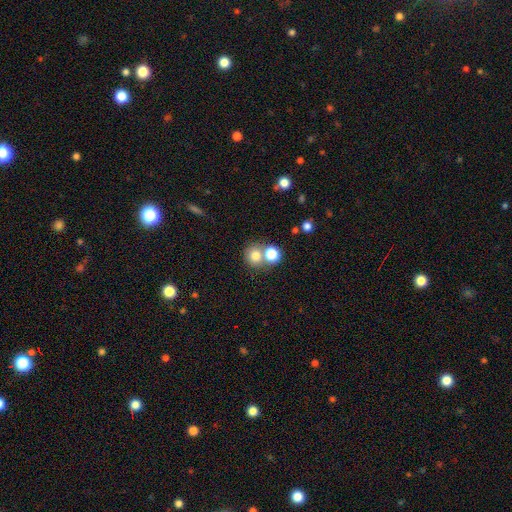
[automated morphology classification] smooth-or-featured: smooth: 76% | star or artifact: 12% | featured or disk: 11%
  how-rounded: round: 82% | in between: 17% | cigar-shaped: 1%
  merging: none: 46% | merger: 44% | minor disturbance: 7% | major disturbance: 4%